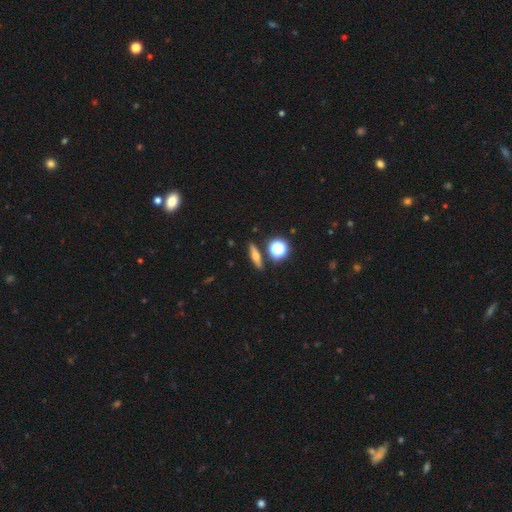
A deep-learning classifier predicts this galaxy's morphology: Overall: smooth (45%; featured or disk 41%). Merging: none (85%).